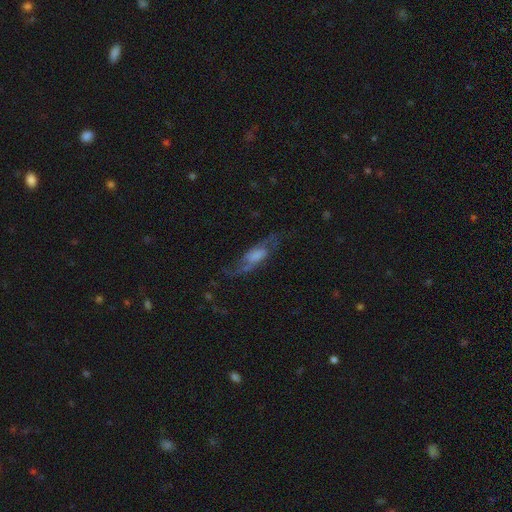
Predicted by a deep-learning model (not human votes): Smooth or featured: featured or disk — 70% (smooth — 21%)
Edge-on disk: no — 82% (yes — 18%)
Bar: no — 48% (weak — 39%)
Spiral arms: yes — 88% (no — 12%)
Spiral winding: loose — 56% (medium — 34%)
Spiral arm count: 2 — 86% (can't tell — 7%)
Bulge size: small — 30% (moderate — 28%)
Merging: none — 63% (minor disturbance — 18%)